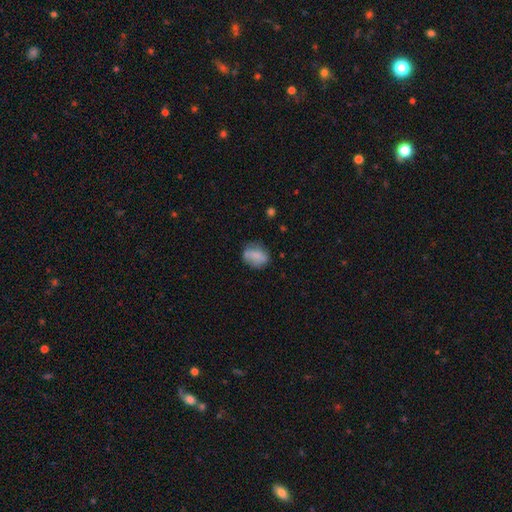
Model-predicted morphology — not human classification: Q: Smooth or featured?
A: smooth (72%); runner-up: featured or disk (20%)
Q: How rounded?
A: in between (62%); runner-up: round (36%)
Q: Merging?
A: none (62%); runner-up: minor disturbance (26%)